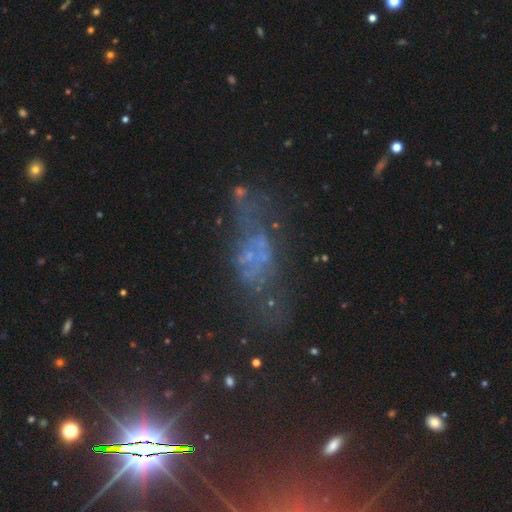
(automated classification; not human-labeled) Morphology: type=featured or disk (38%, tied with star or artifact); merging=none (43%).